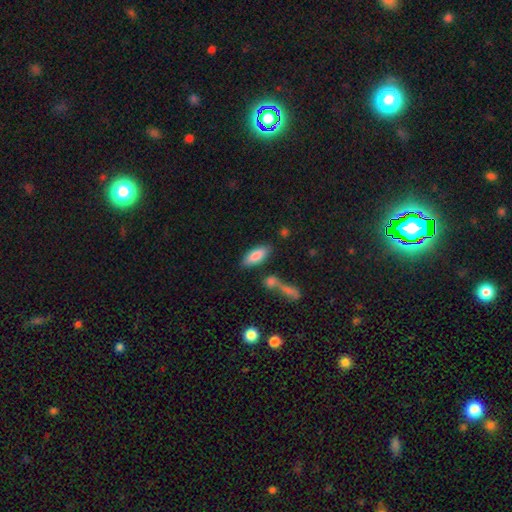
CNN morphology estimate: smooth 81%, featured or disk 12%, star or artifact 7%. Down the decision tree: how rounded — in between (76%); merging — none (72%).